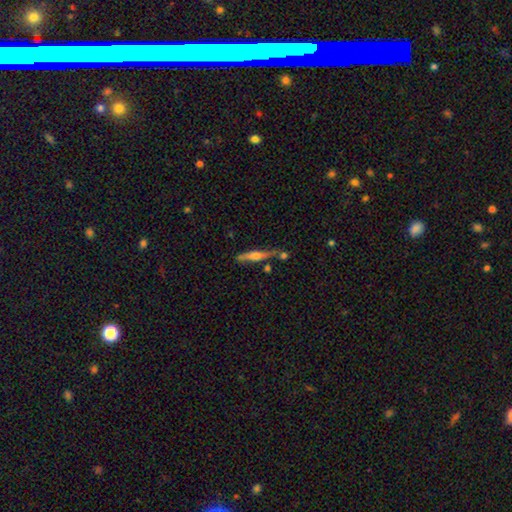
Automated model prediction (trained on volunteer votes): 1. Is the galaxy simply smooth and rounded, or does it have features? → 63% featured or disk, 30% smooth, 7% star or artifact.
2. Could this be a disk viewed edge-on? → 94% yes, 6% no.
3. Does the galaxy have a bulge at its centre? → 86% rounded, 8% boxy, 6% none.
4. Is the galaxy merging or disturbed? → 66% none, 16% minor disturbance, 13% merger, 5% major disturbance.